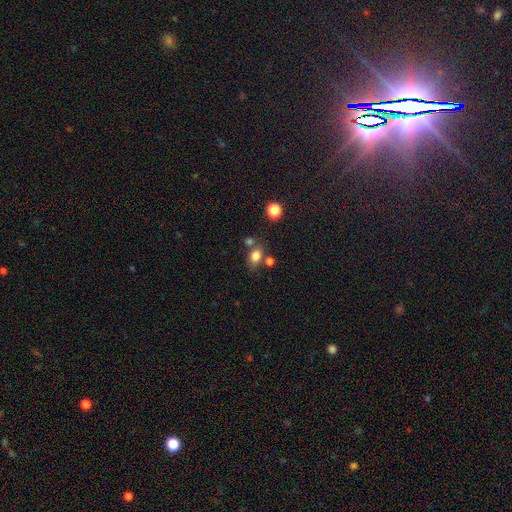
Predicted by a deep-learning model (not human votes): Smooth or featured? Predicted: smooth (p=0.80). How rounded? Predicted: in between (p=0.57). Merging? Predicted: none (p=0.62).